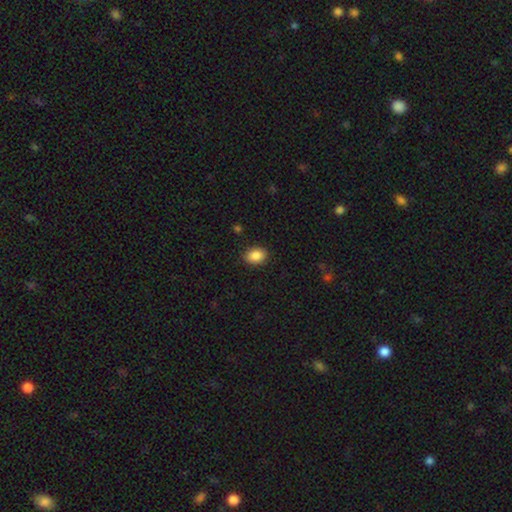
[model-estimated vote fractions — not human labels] Q: Smooth or featured?
A: smooth (88%); runner-up: star or artifact (8%)
Q: How rounded?
A: in between (74%); runner-up: round (25%)
Q: Merging?
A: none (89%); runner-up: minor disturbance (8%)